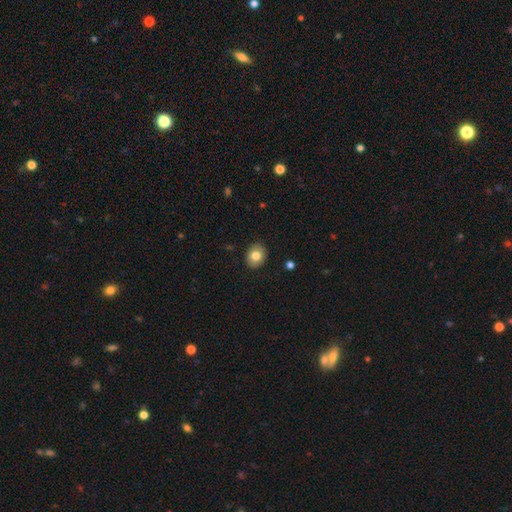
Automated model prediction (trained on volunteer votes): A smooth galaxy with no disk features (80%) that is round (50%). Merging: none (89%).